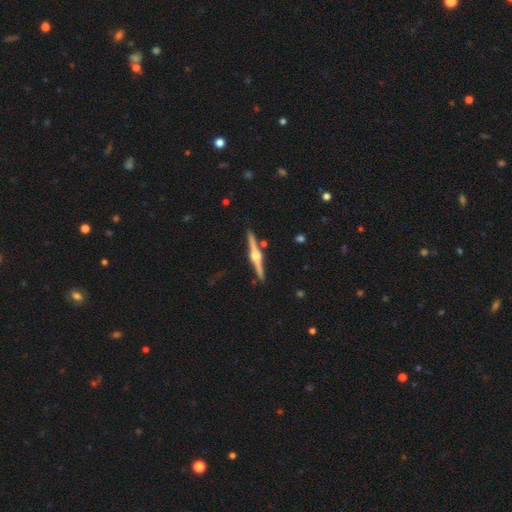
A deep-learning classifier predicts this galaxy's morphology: type=featured or disk (86%); edge-on=yes (99%); edge-on bulge=rounded (95%); merging=none (89%).